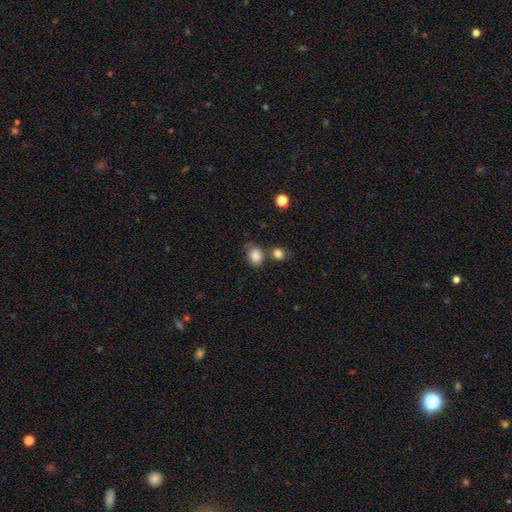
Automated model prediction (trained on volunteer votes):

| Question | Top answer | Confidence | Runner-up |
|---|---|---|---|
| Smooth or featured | smooth | 85% | star or artifact (10%) |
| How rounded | round | 56% | in between (43%) |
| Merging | none | 58% | minor disturbance (21%) |